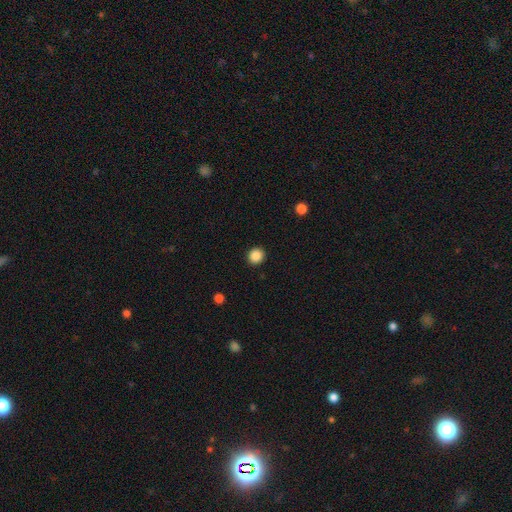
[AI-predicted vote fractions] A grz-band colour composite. It shows a smooth galaxy with no disk features (88%) that is round (91%). Merging: none (92%).